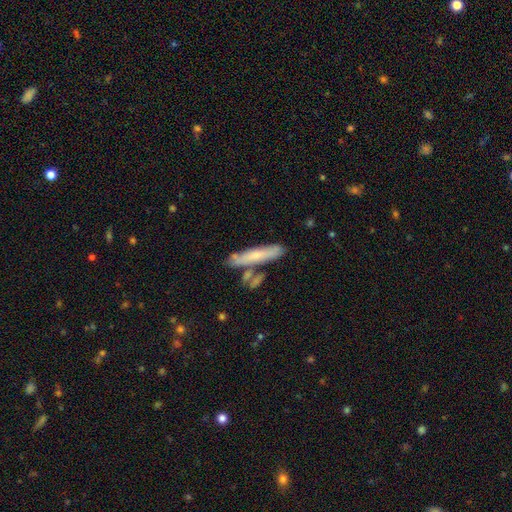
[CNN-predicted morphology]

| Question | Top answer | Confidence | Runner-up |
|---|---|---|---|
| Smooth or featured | smooth | 60% | featured or disk (34%) |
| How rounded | cigar-shaped | 87% | in between (12%) |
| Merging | none | 69% | minor disturbance (15%) |